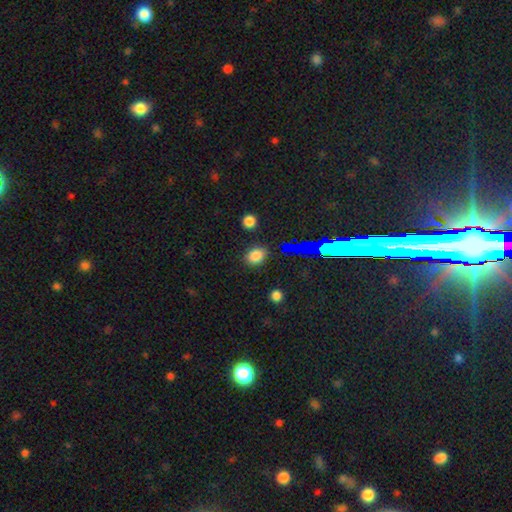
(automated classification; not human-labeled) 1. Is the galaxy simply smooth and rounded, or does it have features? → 78% smooth, 17% star or artifact, 5% featured or disk.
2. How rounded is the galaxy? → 51% in between, 47% round, 1% cigar-shaped.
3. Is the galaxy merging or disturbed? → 85% none, 9% minor disturbance, 3% merger, 3% major disturbance.